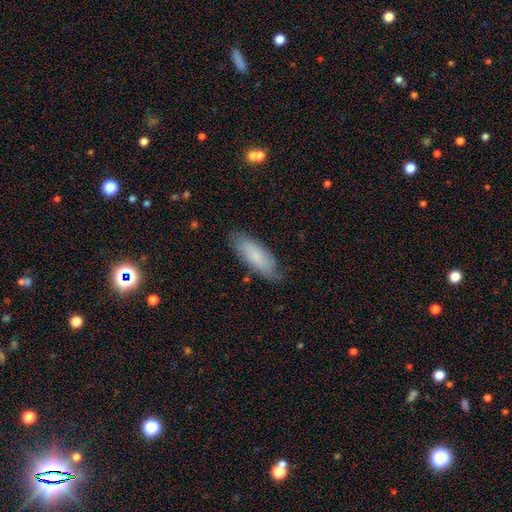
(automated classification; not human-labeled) Q: Smooth or featured?
A: smooth (75%); runner-up: featured or disk (19%)
Q: How rounded?
A: in between (65%); runner-up: cigar-shaped (34%)
Q: Merging?
A: none (78%); runner-up: minor disturbance (17%)